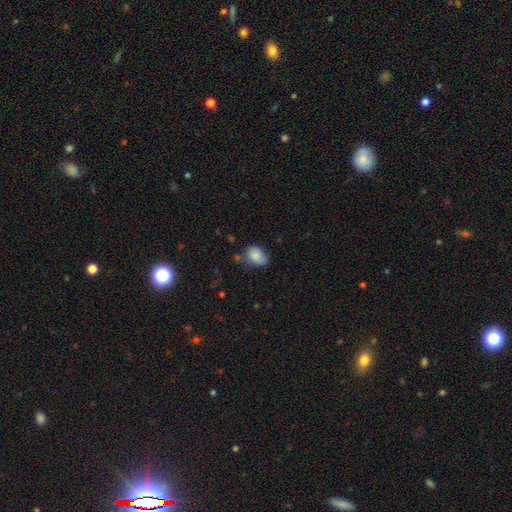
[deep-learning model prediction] smooth_or_featured: smooth (p=0.78) [alt: featured or disk p=0.14]
how_rounded: in between (p=0.70) [alt: round p=0.29]
merging: none (p=0.54) [alt: minor disturbance p=0.32]